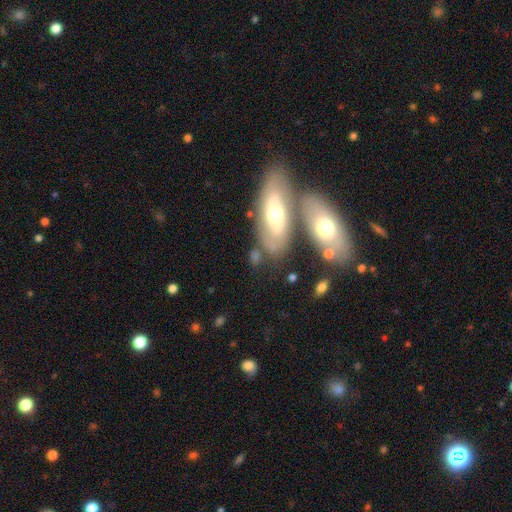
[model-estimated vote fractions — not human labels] A smooth galaxy with no disk features (46%, tied with featured or disk). Merging: none (50%).